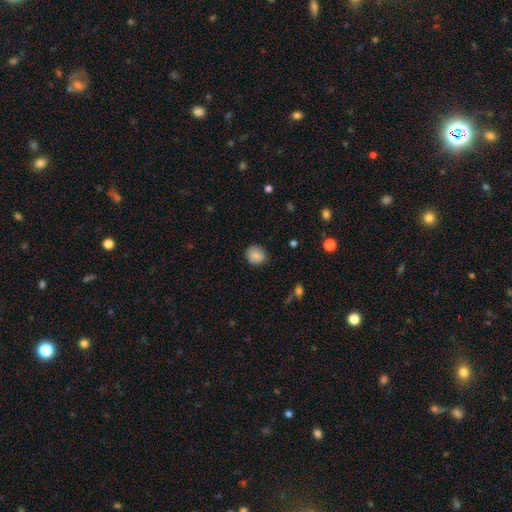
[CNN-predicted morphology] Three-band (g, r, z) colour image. It shows a smooth galaxy with no disk features (87%) that is round (82%). Merging: none (84%).